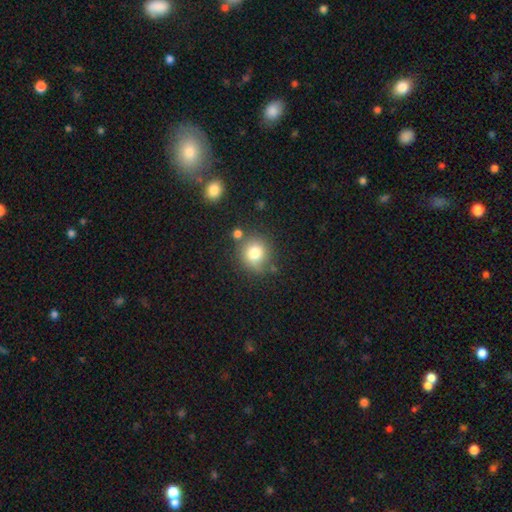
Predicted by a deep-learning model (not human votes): smooth 75%, star or artifact 17%, featured or disk 8%. Down the decision tree: how rounded — round (86%); merging — none (79%).